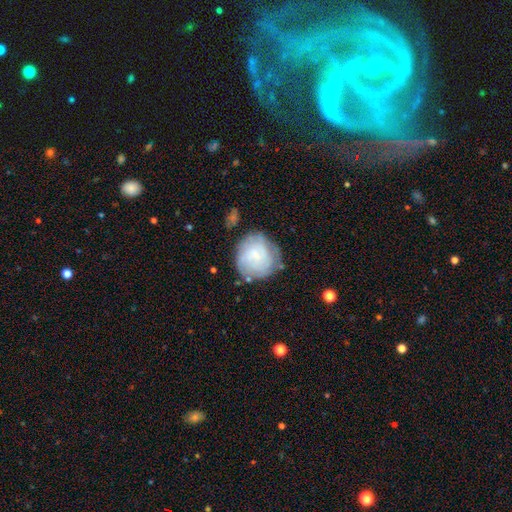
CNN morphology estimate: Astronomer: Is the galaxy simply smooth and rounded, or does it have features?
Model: featured or disk — 48% (runner-up: smooth, 45%).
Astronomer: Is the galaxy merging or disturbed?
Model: none — 66%.